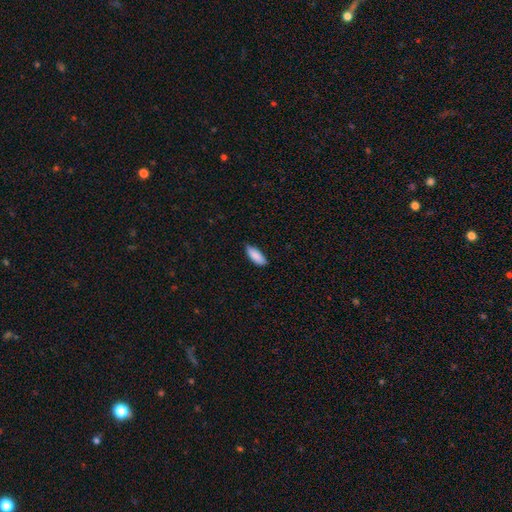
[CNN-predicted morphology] This appears to be a smooth galaxy with no disk features (89%) that is in between round and cigar-shaped (75%). Merging: none (83%).